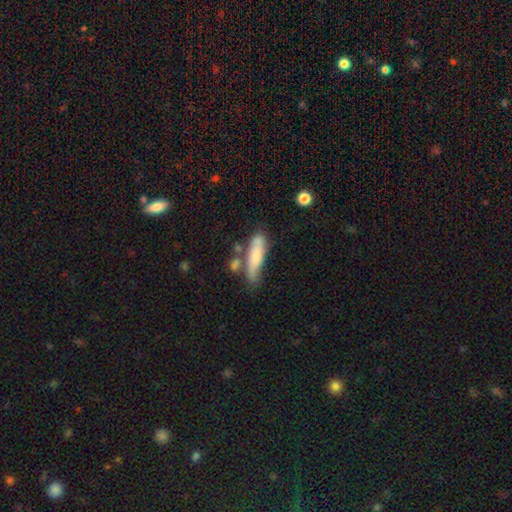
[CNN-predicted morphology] smooth_or_featured: smooth (p=0.71) [alt: featured or disk p=0.22]
how_rounded: cigar-shaped (p=0.62) [alt: in between p=0.36]
merging: none (p=0.47) [alt: minor disturbance p=0.25]